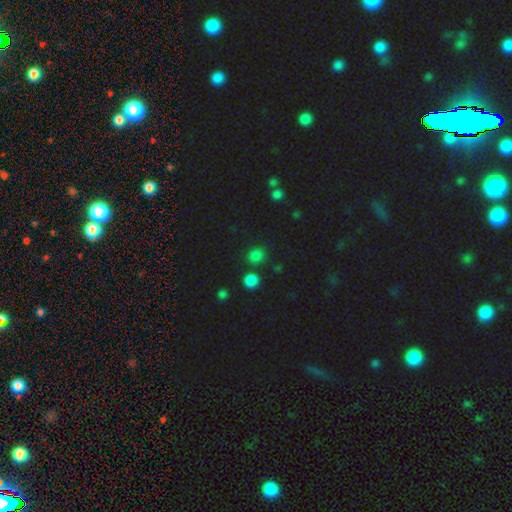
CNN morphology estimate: Overall: smooth (78%). How rounded: round (63%; in between 36%). Merging: none (77%).